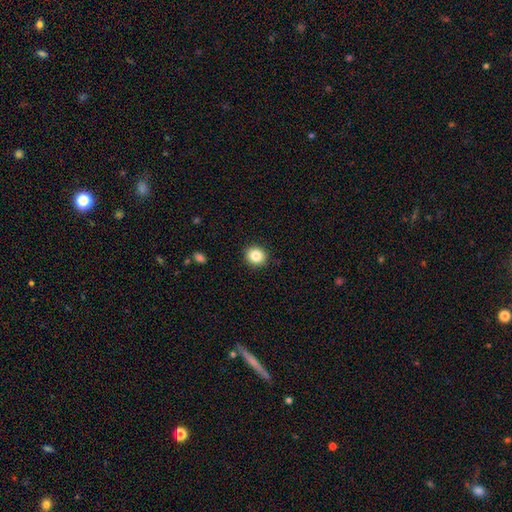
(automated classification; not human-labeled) This is clearly a smooth galaxy (85%). How rounded: clearly round (85%). Merging: clearly none (91%).